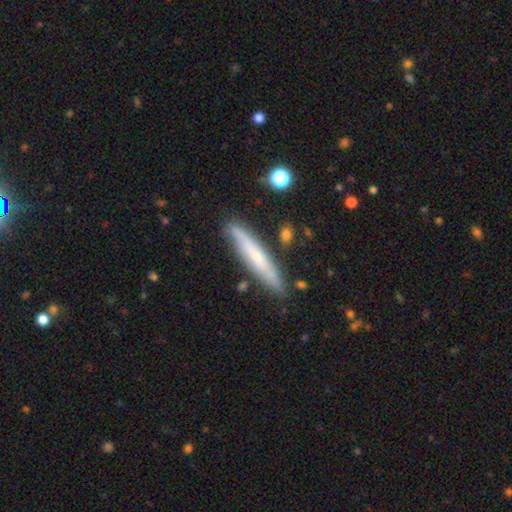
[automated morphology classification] Smooth or featured?
  - smooth: 54% *
  - featured or disk: 40%
  - star or artifact: 6%
How rounded?
  - cigar-shaped: 91% *
  - in between: 7%
  - round: 1%
Merging?
  - none: 82% *
  - minor disturbance: 13%
  - merger: 3%
  - major disturbance: 2%